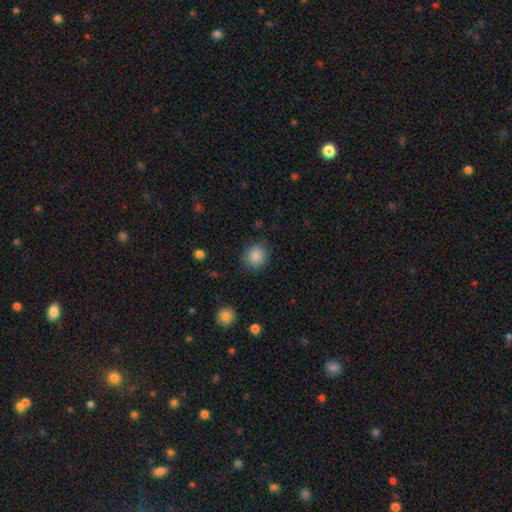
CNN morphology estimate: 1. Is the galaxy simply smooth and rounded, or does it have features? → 86% smooth, 9% star or artifact, 5% featured or disk.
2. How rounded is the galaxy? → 88% round, 11% in between, 1% cigar-shaped.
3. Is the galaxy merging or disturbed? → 85% none, 11% minor disturbance, 3% major disturbance, 1% merger.